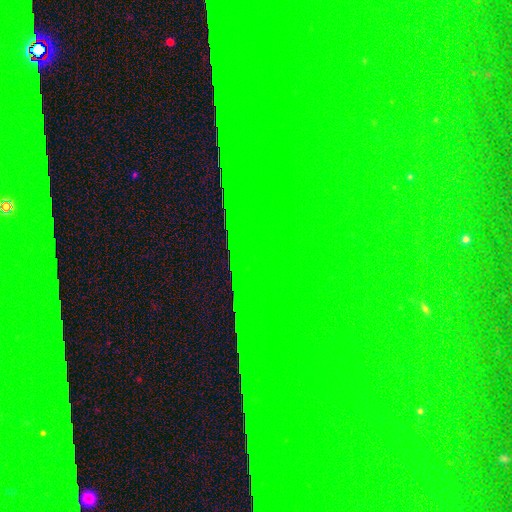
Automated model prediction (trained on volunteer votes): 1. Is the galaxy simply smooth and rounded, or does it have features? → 86% star or artifact, 8% featured or disk, 6% smooth.